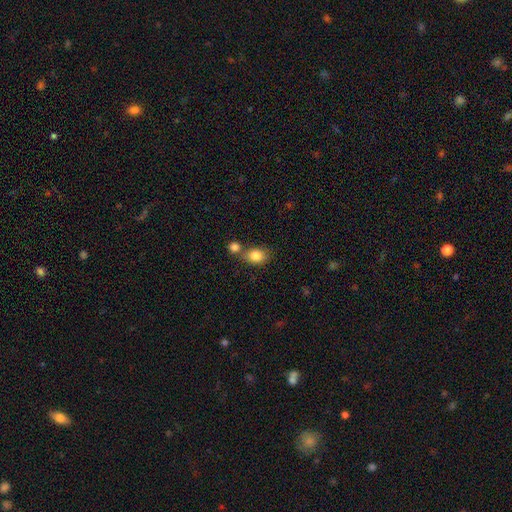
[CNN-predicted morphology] Smooth or featured?
  - smooth: 84% *
  - star or artifact: 9%
  - featured or disk: 7%
How rounded?
  - in between: 69% *
  - round: 30%
  - cigar-shaped: 1%
Merging?
  - none: 54% *
  - merger: 31%
  - minor disturbance: 11%
  - major disturbance: 4%